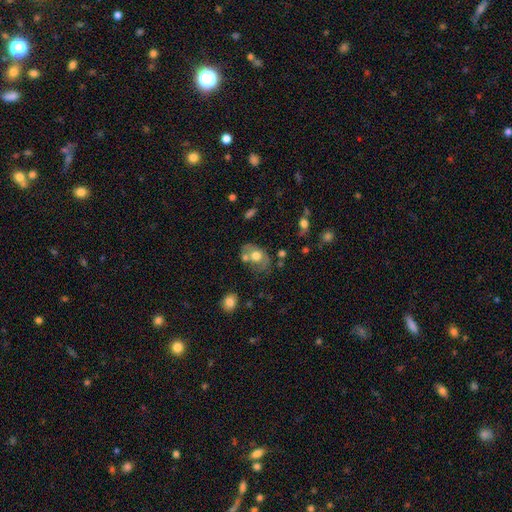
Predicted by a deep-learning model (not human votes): Morphology: type=smooth (58%); roundness=in between (68%); merging=none (41%).